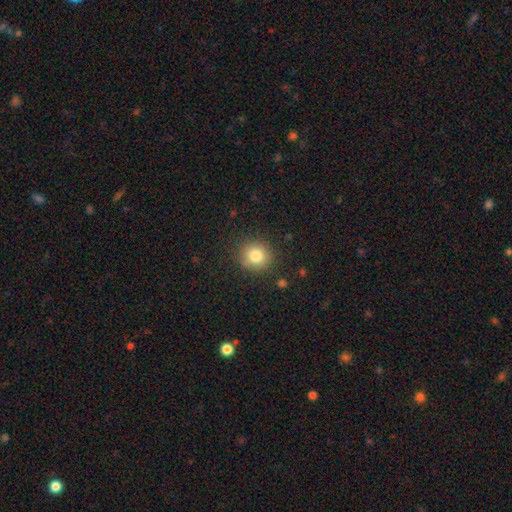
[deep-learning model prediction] This is clearly a smooth galaxy (82%). How rounded: clearly round (89%). Merging: clearly none (87%).